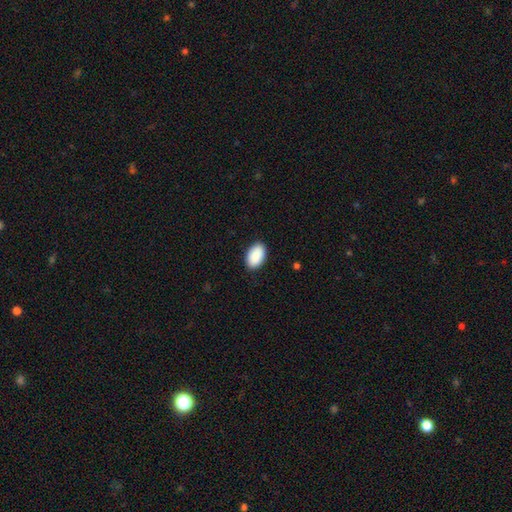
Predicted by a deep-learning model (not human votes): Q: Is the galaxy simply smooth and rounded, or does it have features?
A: smooth — 92%.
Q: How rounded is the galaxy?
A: in between — 93%.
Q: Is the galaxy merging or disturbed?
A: none — 89%.